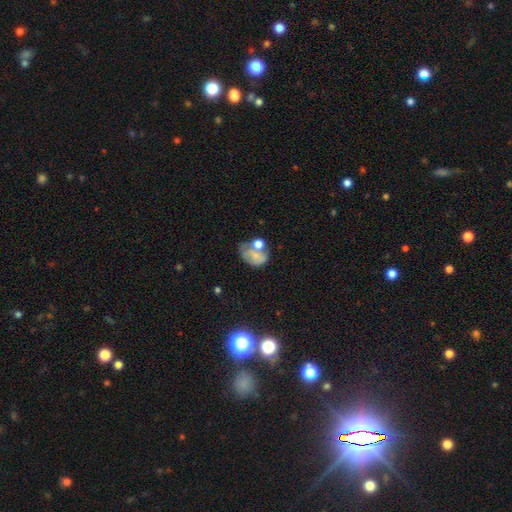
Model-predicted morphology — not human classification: Overall: smooth (54%; featured or disk 35%). How rounded: in between (64%; round 35%). Merging: merger (31%; none 29%).